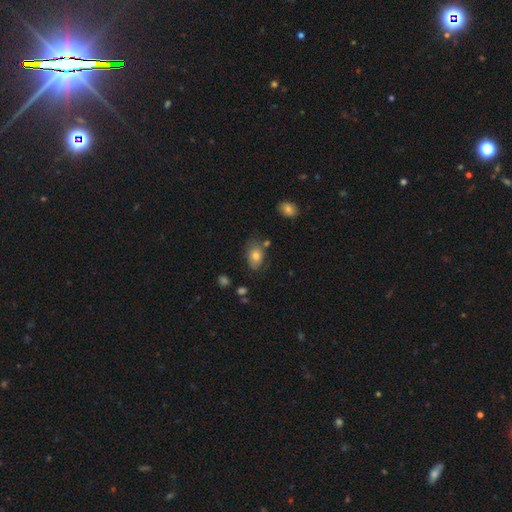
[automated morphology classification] This is likely a smooth galaxy (79%). How rounded: clearly in between (82%). Merging: likely none (66%).